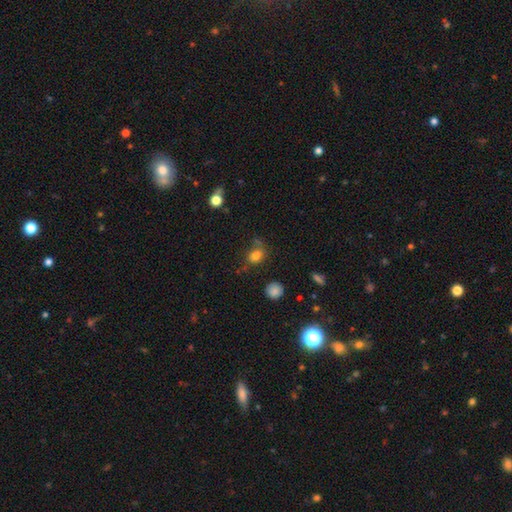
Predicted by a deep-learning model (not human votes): smooth-or-featured: smooth: 79% | star or artifact: 13% | featured or disk: 7%
  how-rounded: in between: 60% | round: 38% | cigar-shaped: 2%
  merging: none: 65% | minor disturbance: 19% | merger: 9% | major disturbance: 7%